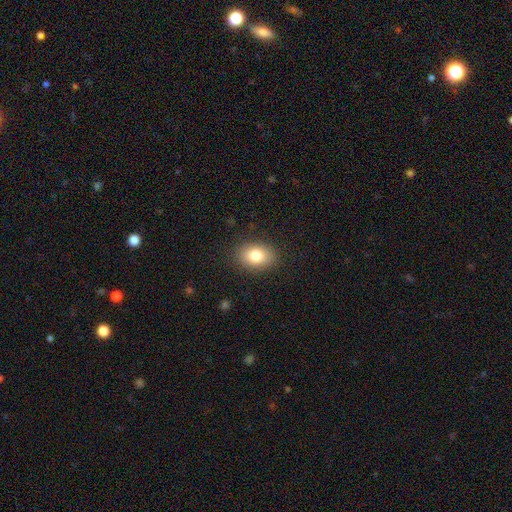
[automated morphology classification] Q: Smooth or featured?
A: smooth (81%); runner-up: featured or disk (10%)
Q: How rounded?
A: in between (77%); runner-up: round (22%)
Q: Merging?
A: none (87%); runner-up: minor disturbance (9%)